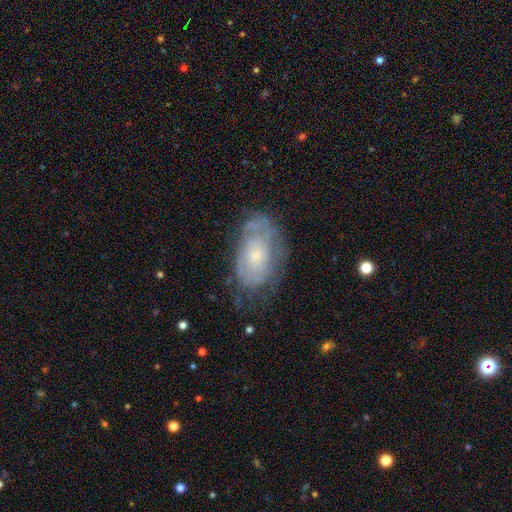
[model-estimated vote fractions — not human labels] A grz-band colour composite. It shows a featured or disk galaxy (65%) with no bar (80%), spiral arms (73%) and a small central bulge (57%). Merging: none (62%).